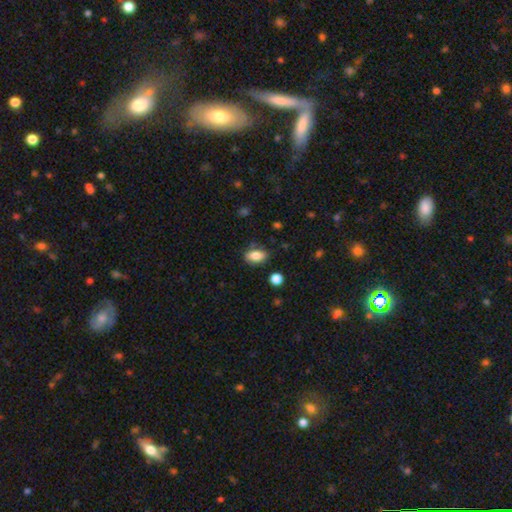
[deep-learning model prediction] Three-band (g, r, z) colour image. It shows a smooth galaxy with no disk features (83%) that is in between round and cigar-shaped (86%). Merging: none (76%).